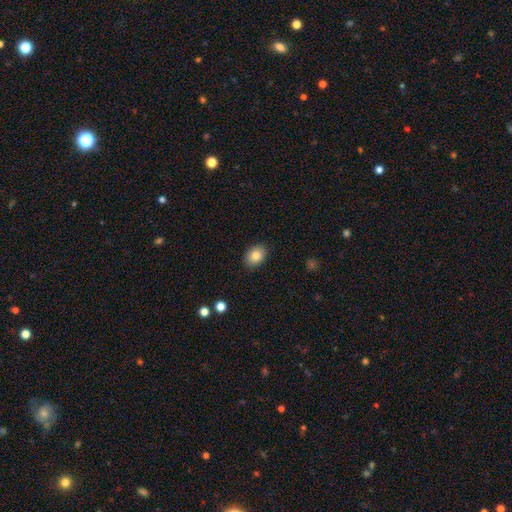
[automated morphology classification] Q: Smooth or featured?
A: smooth (84%); runner-up: star or artifact (8%)
Q: How rounded?
A: in between (76%); runner-up: round (23%)
Q: Merging?
A: none (87%); runner-up: minor disturbance (10%)